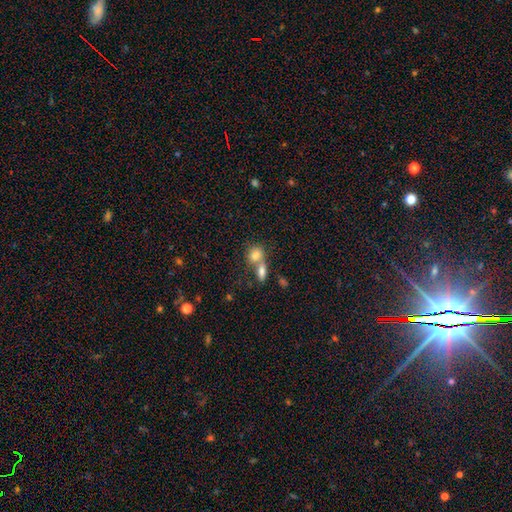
A smooth galaxy with no disk features (82%) that is round (48%).

Vote fractions:
- Smooth or featured? smooth: 82% / featured or disk: 16% / star or artifact: 3%
- How rounded? round: 48% / in between: 45% / cigar-shaped: 6%
- Merging? none: 51% / merger: 43% / minor disturbance: 3% / major disturbance: 3%